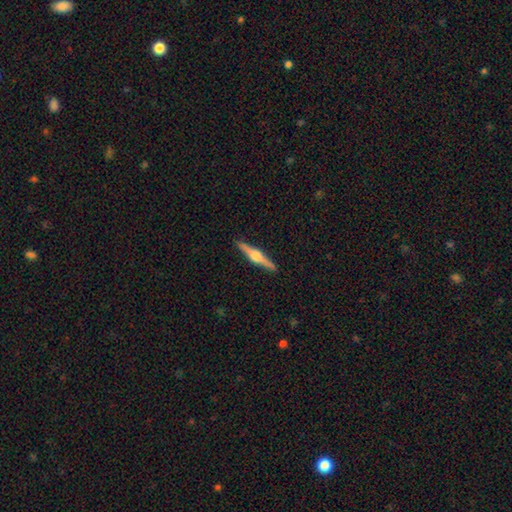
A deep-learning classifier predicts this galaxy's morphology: The model was most divided on "smooth or featured": featured or disk: 77%, smooth: 18%, star or artifact: 5%. More confident: edge-on disk — yes (98%); merging — none (92%); edge-on bulge — rounded (90%).